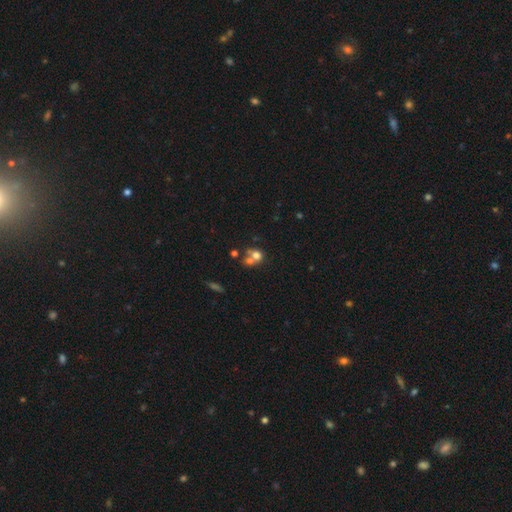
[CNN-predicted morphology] Smooth or featured?
  - smooth: 65% *
  - featured or disk: 21%
  - star or artifact: 14%
How rounded?
  - round: 64% *
  - in between: 35%
  - cigar-shaped: 1%
Merging?
  - merger: 56% *
  - none: 29%
  - minor disturbance: 8%
  - major disturbance: 6%